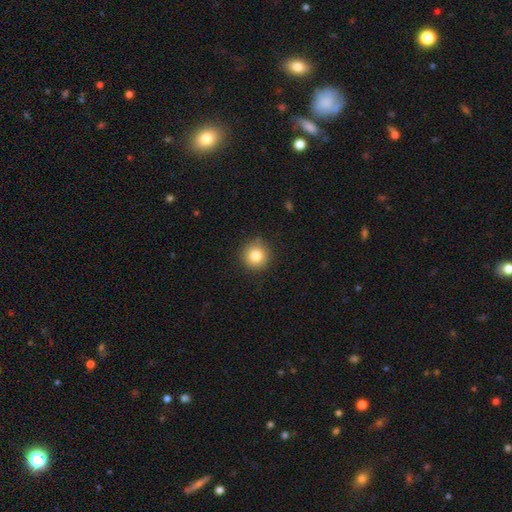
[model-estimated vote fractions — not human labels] This appears to be a smooth galaxy with no disk features (82%) that is round (95%). Merging: none (88%).